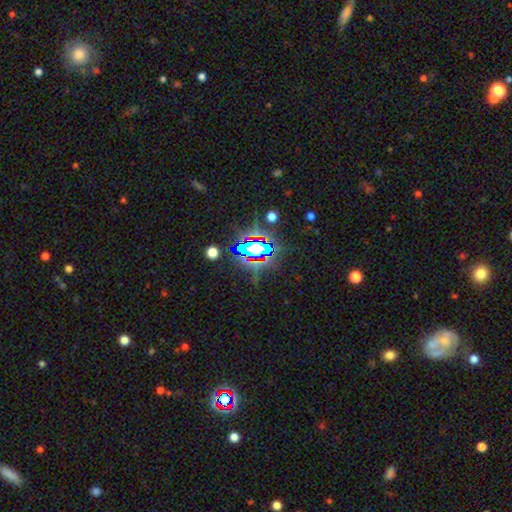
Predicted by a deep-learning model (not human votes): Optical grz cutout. It shows a star or artifact, not a galaxy (76%).